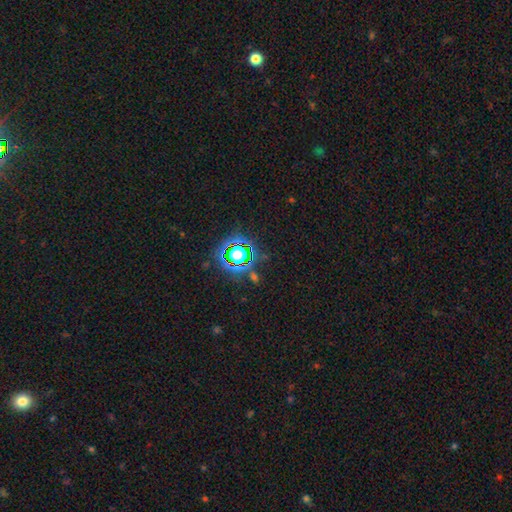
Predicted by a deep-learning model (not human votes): Q: Smooth or featured?
A: star or artifact (79%); runner-up: smooth (13%)